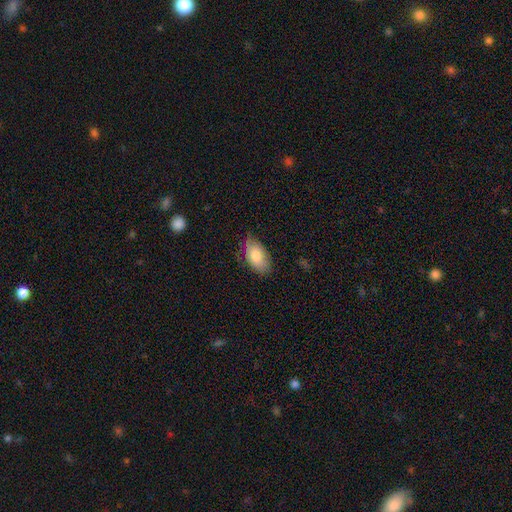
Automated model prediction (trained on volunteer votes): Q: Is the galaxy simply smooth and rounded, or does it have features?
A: smooth — 78%.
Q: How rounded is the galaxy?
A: in between — 94%.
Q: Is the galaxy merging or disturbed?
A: none — 75%.